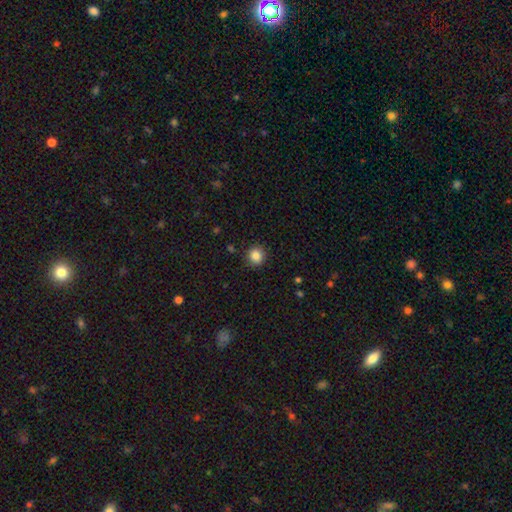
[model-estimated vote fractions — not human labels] Smooth or featured? smooth (85%)
How rounded? round (90%)
Merging? none (90%)